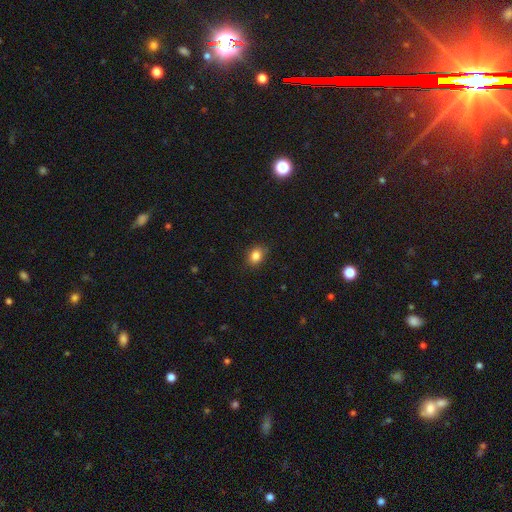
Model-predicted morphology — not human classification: A smooth galaxy with no disk features (85%) that is in between round and cigar-shaped (53%). Merging: none (84%).